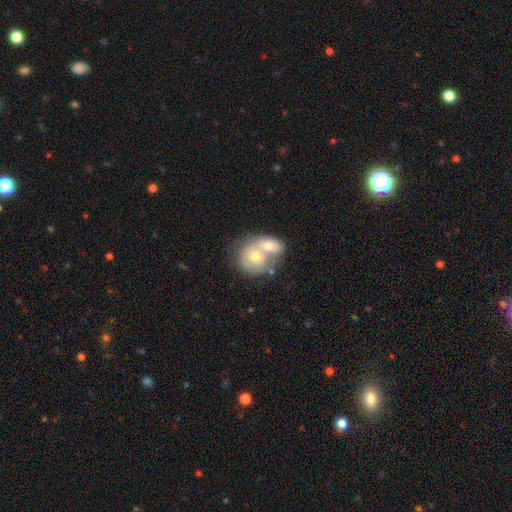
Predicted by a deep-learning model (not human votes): smooth 55%, featured or disk 39%, star or artifact 6%. Down the decision tree: how rounded — round (65%); merging — merger (76%).